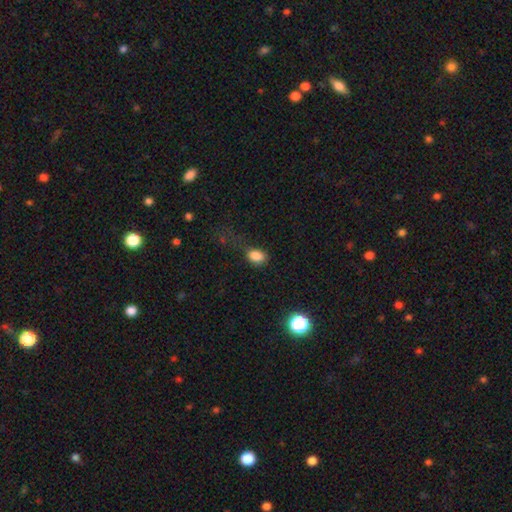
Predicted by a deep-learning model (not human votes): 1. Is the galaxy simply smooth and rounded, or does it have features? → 84% smooth, 11% star or artifact, 5% featured or disk.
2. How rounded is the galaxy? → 79% in between, 19% round, 2% cigar-shaped.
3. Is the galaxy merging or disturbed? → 52% none, 25% minor disturbance, 19% major disturbance, 4% merger.